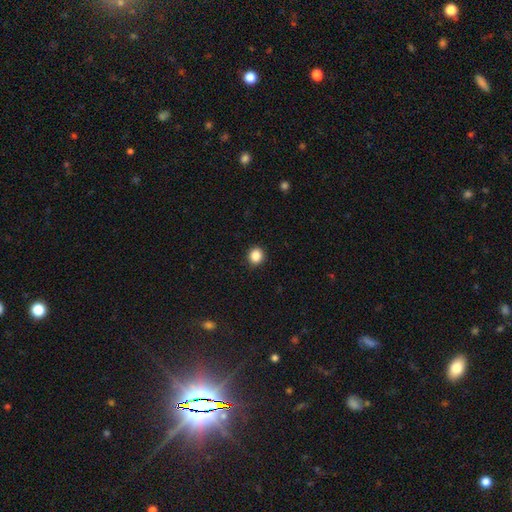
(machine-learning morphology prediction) Smooth or featured?
  - smooth: 87% *
  - star or artifact: 10%
  - featured or disk: 3%
How rounded?
  - round: 85% *
  - in between: 14%
  - cigar-shaped: 1%
Merging?
  - none: 91% *
  - minor disturbance: 6%
  - major disturbance: 2%
  - merger: 1%